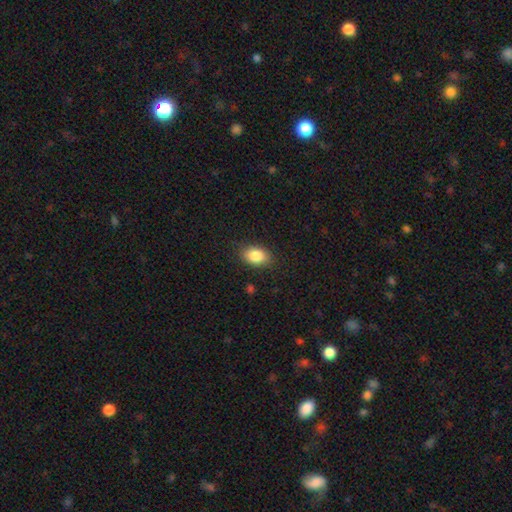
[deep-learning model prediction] A smooth galaxy with no disk features (86%) that is in between round and cigar-shaped (83%).

Vote fractions:
- Smooth or featured? smooth: 86% / star or artifact: 8% / featured or disk: 7%
- How rounded? in between: 83% / round: 16% / cigar-shaped: 1%
- Merging? none: 85% / minor disturbance: 11% / major disturbance: 3% / merger: 1%